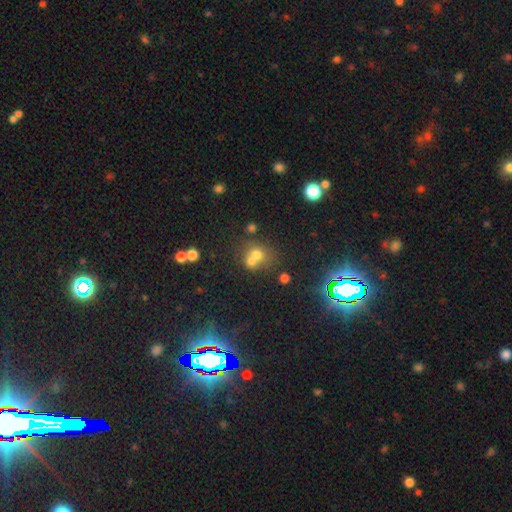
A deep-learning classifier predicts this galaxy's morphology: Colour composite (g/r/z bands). It shows a smooth galaxy with no disk features (49%). Merging: merger (53%).